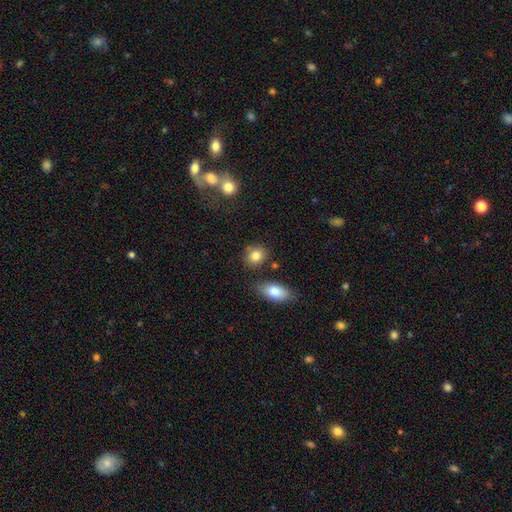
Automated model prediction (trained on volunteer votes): smooth_or_featured: smooth (p=0.84) [alt: star or artifact p=0.09]
how_rounded: round (p=0.66) [alt: in between p=0.33]
merging: none (p=0.77) [alt: minor disturbance p=0.12]